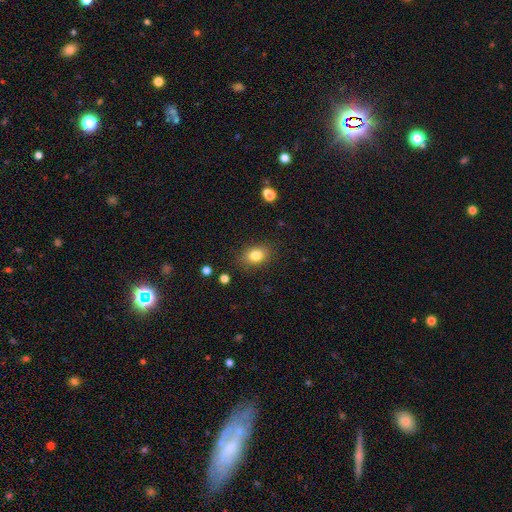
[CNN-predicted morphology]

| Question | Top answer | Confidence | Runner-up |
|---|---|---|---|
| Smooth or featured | smooth | 82% | star or artifact (10%) |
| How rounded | in between | 68% | round (31%) |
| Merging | none | 85% | minor disturbance (10%) |